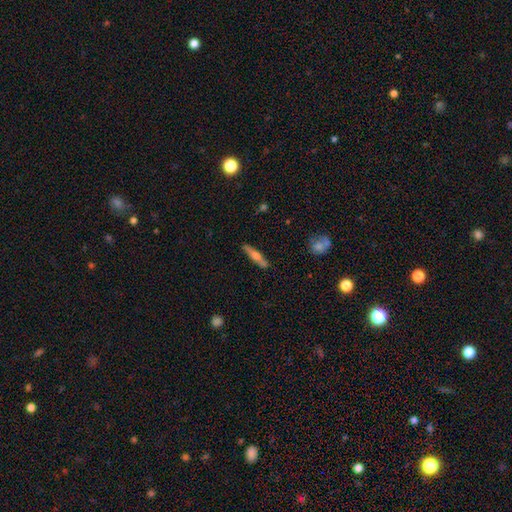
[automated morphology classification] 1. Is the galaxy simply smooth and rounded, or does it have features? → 49% featured or disk, 44% smooth, 7% star or artifact.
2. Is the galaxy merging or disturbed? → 86% none, 10% minor disturbance, 2% major disturbance, 2% merger.